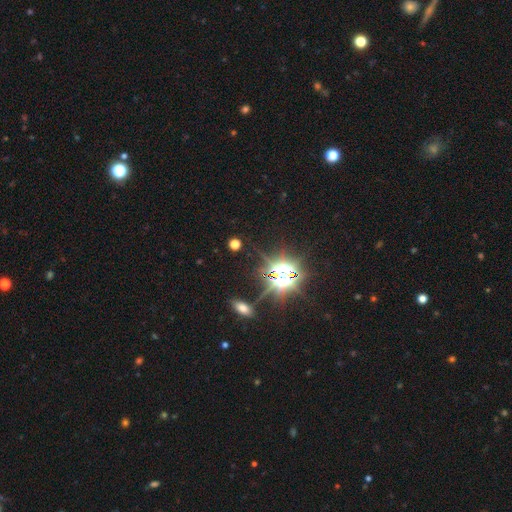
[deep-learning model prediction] Q: Smooth or featured?
A: star or artifact (82%); runner-up: smooth (12%)